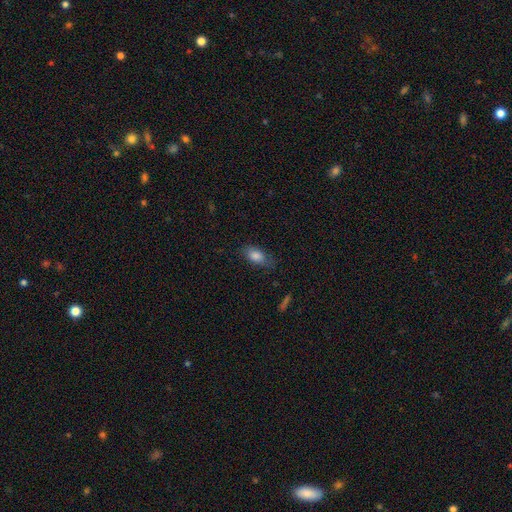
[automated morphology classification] smooth-or-featured: smooth: 83% | featured or disk: 9% | star or artifact: 8%
  how-rounded: in between: 88% | round: 7% | cigar-shaped: 5%
  merging: none: 69% | minor disturbance: 23% | major disturbance: 7% | merger: 1%